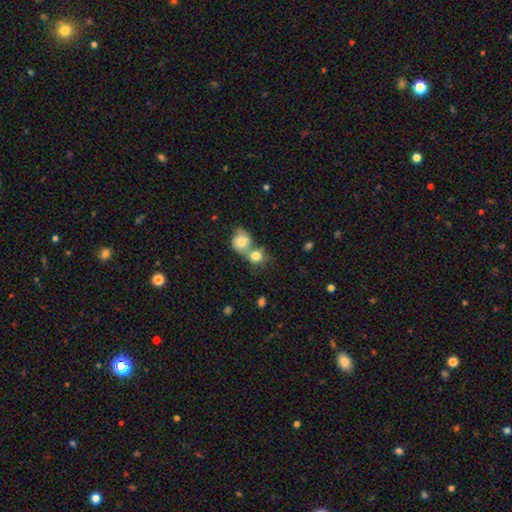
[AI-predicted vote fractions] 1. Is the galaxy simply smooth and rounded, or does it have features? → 79% smooth, 13% featured or disk, 8% star or artifact.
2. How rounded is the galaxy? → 73% round, 26% in between, 1% cigar-shaped.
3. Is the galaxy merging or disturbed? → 66% merger, 24% none, 6% minor disturbance, 3% major disturbance.